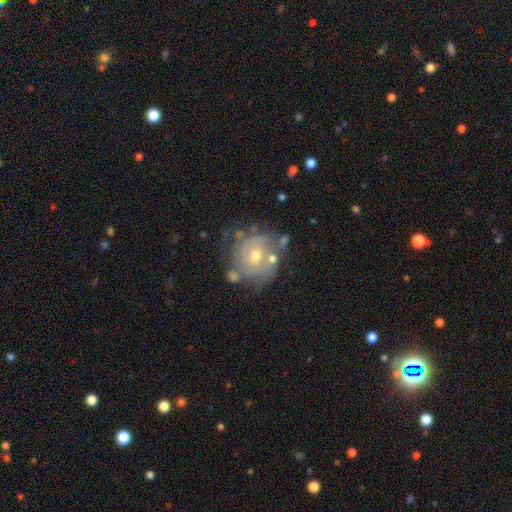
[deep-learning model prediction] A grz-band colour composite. It shows a featured or disk galaxy (75%) with no bar (70%), tight (67%) spiral arms (78%) and a moderate central bulge (60%). Merging: none (56%).